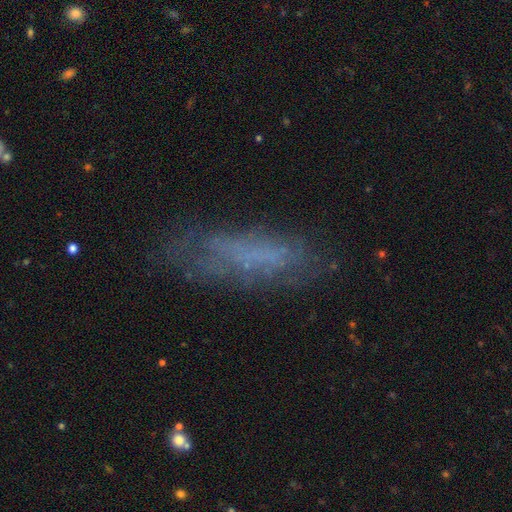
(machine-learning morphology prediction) smooth_or_featured: smooth (p=0.46) [alt: featured or disk p=0.39]
merging: none (p=0.60) [alt: minor disturbance p=0.21]